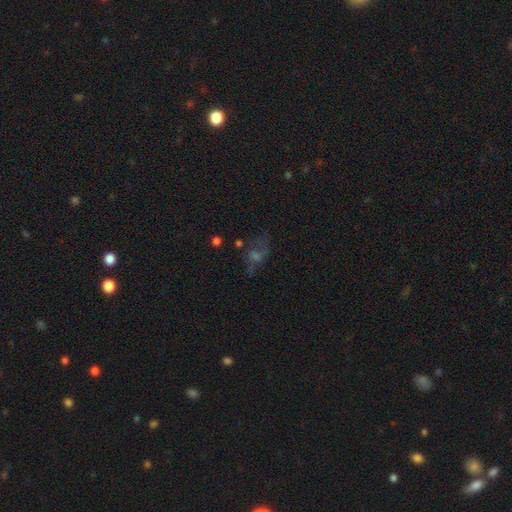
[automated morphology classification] featured or disk 35%, smooth 33%, star or artifact 32%. Down the decision tree: merging — none (53%).